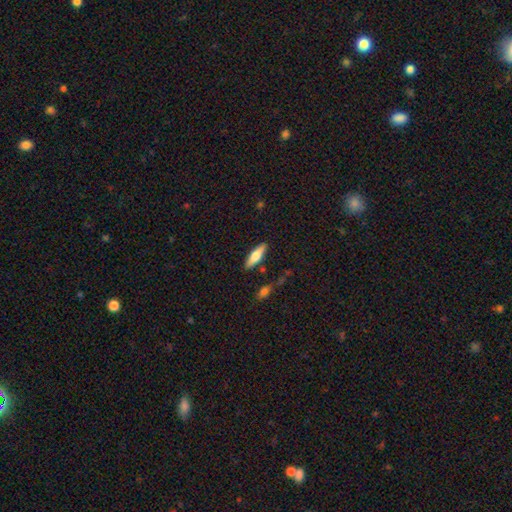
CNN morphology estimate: Smooth or featured? smooth (61%)
How rounded? cigar-shaped (53%)
Merging? none (84%)